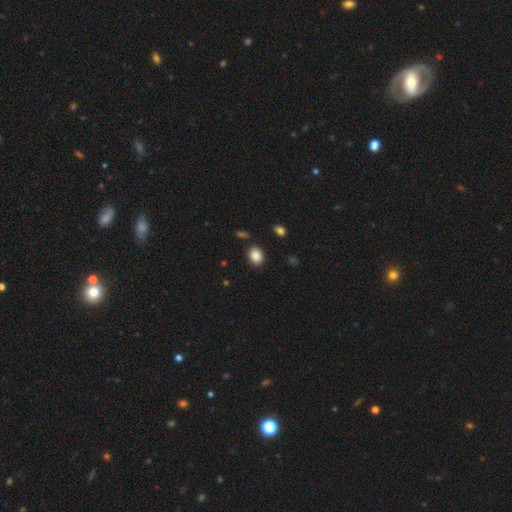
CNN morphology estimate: A smooth galaxy with no disk features (87%) that is in between round and cigar-shaped (55%).

Vote fractions:
- Smooth or featured? smooth: 87% / star or artifact: 9% / featured or disk: 4%
- How rounded? in between: 55% / round: 44% / cigar-shaped: 1%
- Merging? none: 86% / minor disturbance: 9% / major disturbance: 3% / merger: 3%